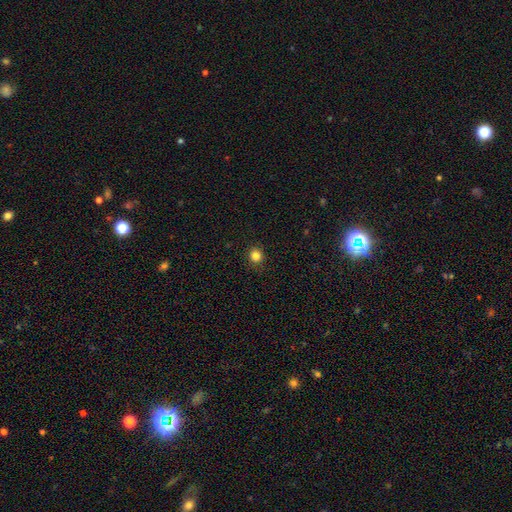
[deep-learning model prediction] This appears to be a smooth galaxy with no disk features (83%) that is round (88%). Merging: none (90%).